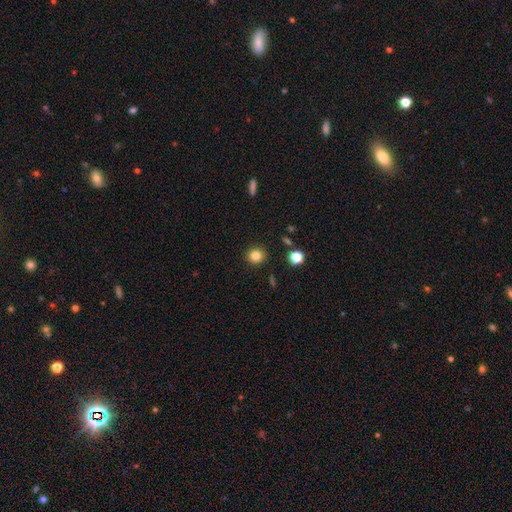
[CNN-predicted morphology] Smooth or featured? smooth (82%)
How rounded? round (91%)
Merging? none (91%)